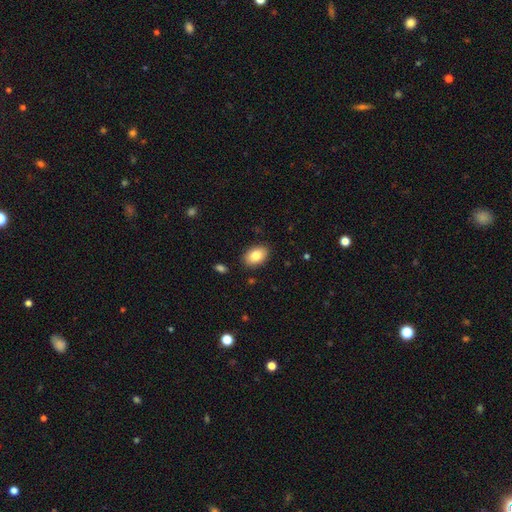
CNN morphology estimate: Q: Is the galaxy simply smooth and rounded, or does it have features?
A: smooth — 82%.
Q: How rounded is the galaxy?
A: in between — 88%.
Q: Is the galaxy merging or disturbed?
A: none — 88%.